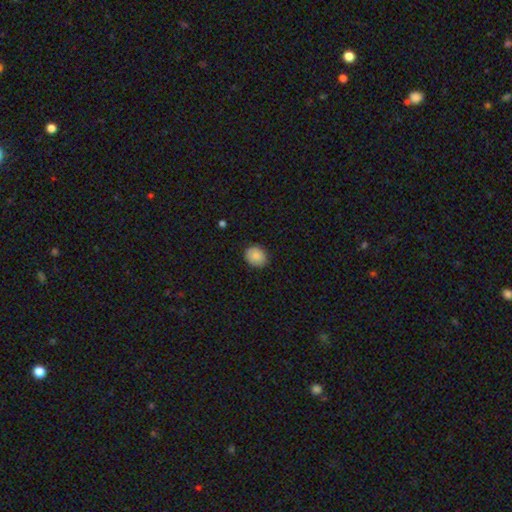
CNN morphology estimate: type=smooth (85%); roundness=round (62%); merging=none (88%).